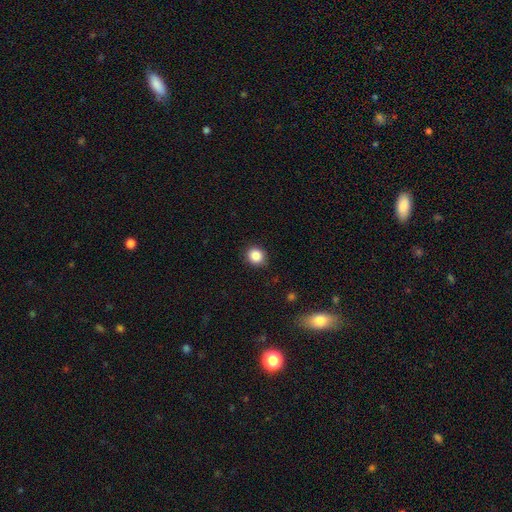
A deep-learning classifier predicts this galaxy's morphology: Overall: smooth (86%). How rounded: round (84%). Merging: none (87%).